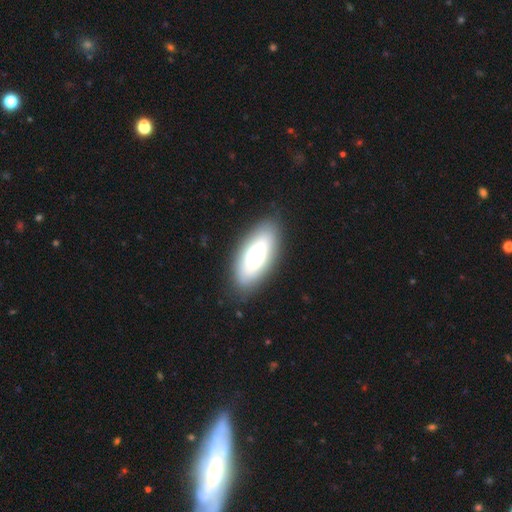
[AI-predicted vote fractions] This is possibly a smooth galaxy (55%). How rounded: clearly in between (84%). Merging: clearly none (85%).